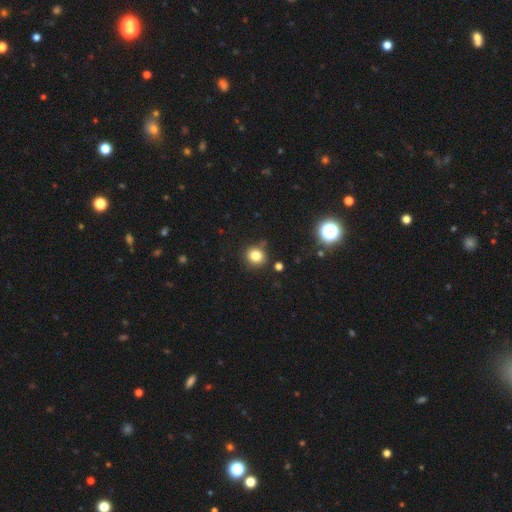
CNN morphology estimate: smooth-or-featured: smooth: 81% | star or artifact: 13% | featured or disk: 6%
  how-rounded: round: 86% | in between: 13% | cigar-shaped: 1%
  merging: none: 82% | minor disturbance: 11% | merger: 5% | major disturbance: 3%